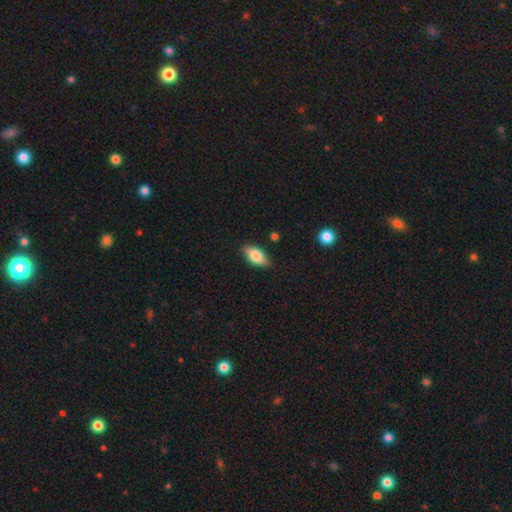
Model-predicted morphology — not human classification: smooth 72%, featured or disk 21%, star or artifact 7%. Down the decision tree: how rounded — in between (86%); merging — none (83%).